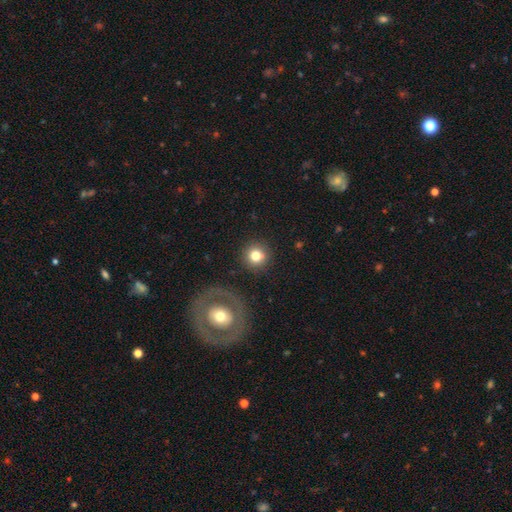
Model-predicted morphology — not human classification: Overall: smooth (77%). How rounded: round (94%). Merging: none (85%).